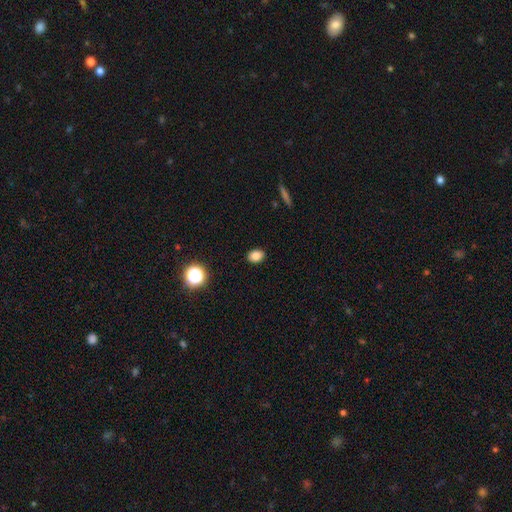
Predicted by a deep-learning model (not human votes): smooth 82%, star or artifact 12%, featured or disk 6%. Down the decision tree: how rounded — in between (68%); merging — none (89%).